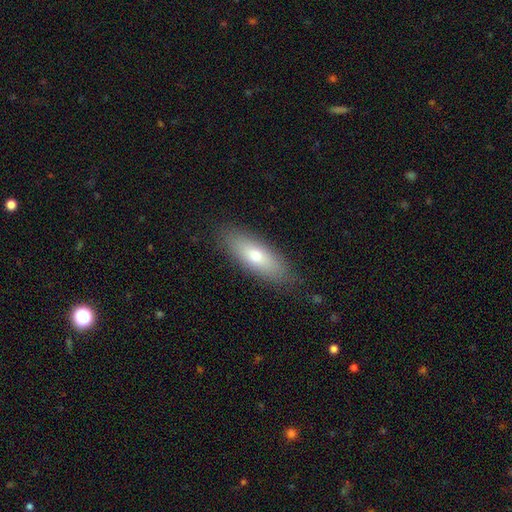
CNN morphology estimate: smooth 69%, featured or disk 24%, star or artifact 7%. Down the decision tree: how rounded — in between (61%); merging — none (85%).